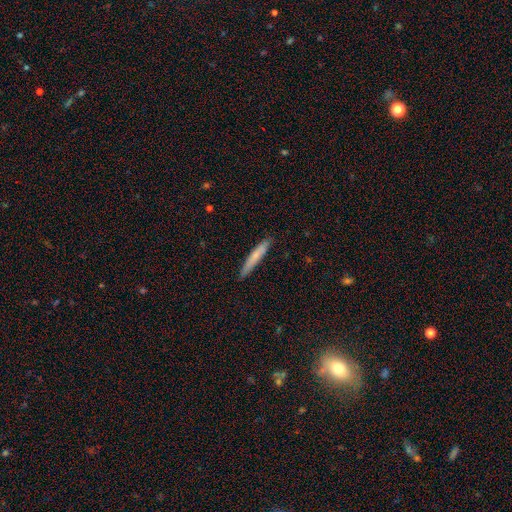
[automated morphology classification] smooth_or_featured: smooth (p=0.70) [alt: featured or disk p=0.24]
how_rounded: cigar-shaped (p=0.95) [alt: in between p=0.04]
merging: none (p=0.88) [alt: minor disturbance p=0.09]